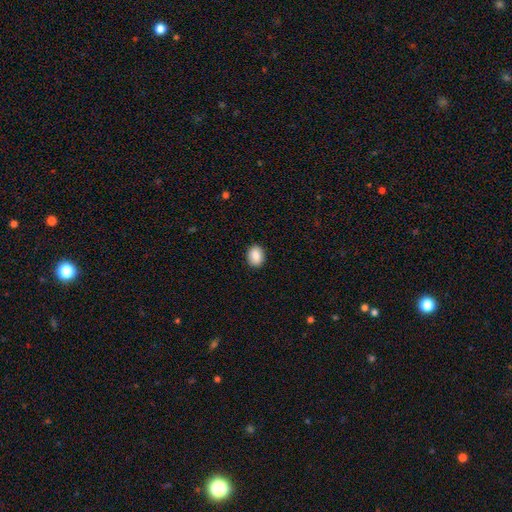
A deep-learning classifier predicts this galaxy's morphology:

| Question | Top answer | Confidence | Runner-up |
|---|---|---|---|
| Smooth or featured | smooth | 85% | star or artifact (8%) |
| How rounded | in between | 54% | round (45%) |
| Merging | none | 91% | minor disturbance (7%) |